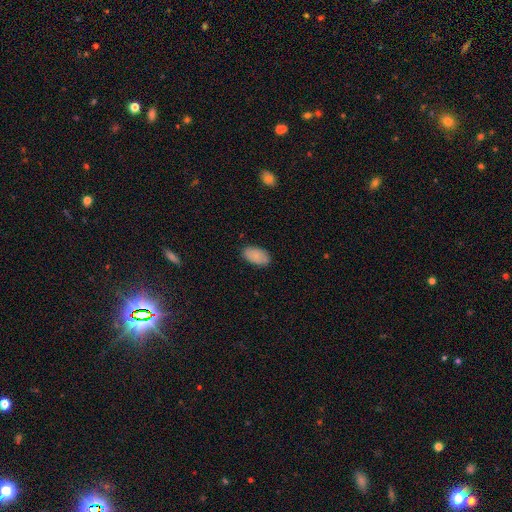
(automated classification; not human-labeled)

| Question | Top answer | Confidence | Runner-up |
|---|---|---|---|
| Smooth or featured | smooth | 87% | star or artifact (7%) |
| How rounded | in between | 94% | round (4%) |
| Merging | none | 85% | minor disturbance (12%) |